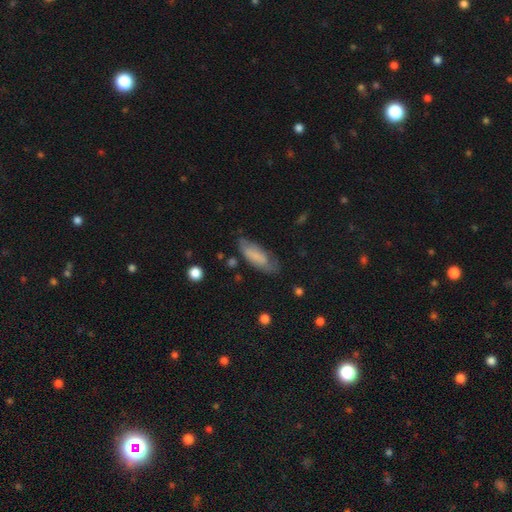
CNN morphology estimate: Overall: smooth (72%). How rounded: in between (70%). Merging: none (63%; minor disturbance 26%).